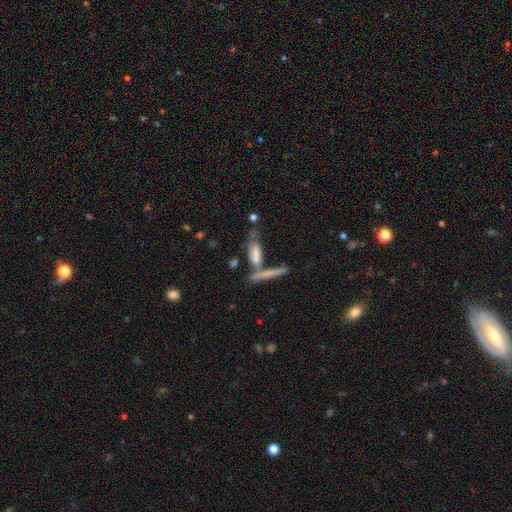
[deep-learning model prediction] smooth-or-featured: smooth: 59% | featured or disk: 31% | star or artifact: 10%
  how-rounded: cigar-shaped: 66% | in between: 30% | round: 4%
  merging: none: 46% | merger: 33% | minor disturbance: 13% | major disturbance: 7%